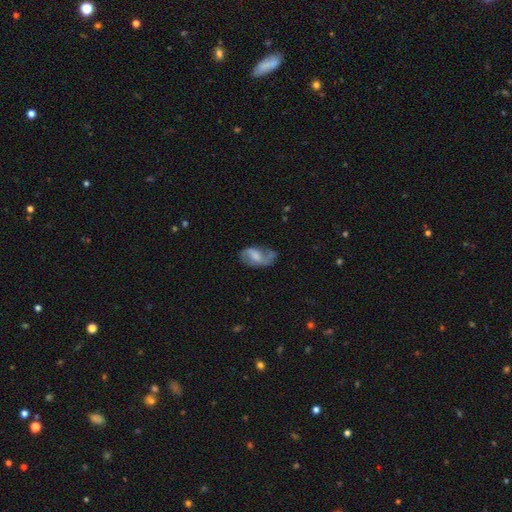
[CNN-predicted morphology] A featured or disk galaxy (63%) with a weak bar (48%), 2 (77%) loose (46%) spiral arms (86%) and a moderate central bulge (34%). Merging: none (49%).